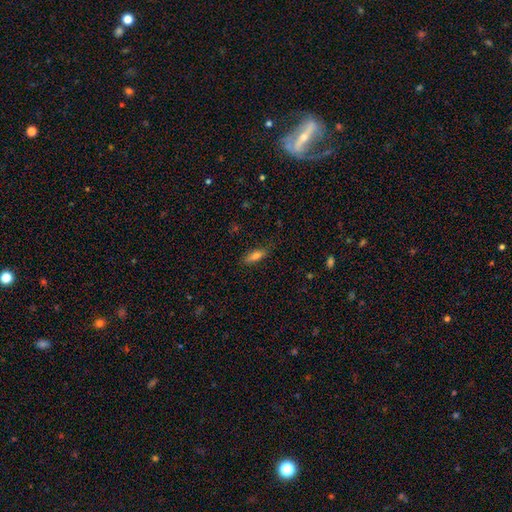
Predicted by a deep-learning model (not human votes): smooth-or-featured: smooth: 77% | featured or disk: 14% | star or artifact: 9%
  how-rounded: in between: 66% | cigar-shaped: 32% | round: 3%
  merging: none: 80% | minor disturbance: 16% | major disturbance: 3% | merger: 1%